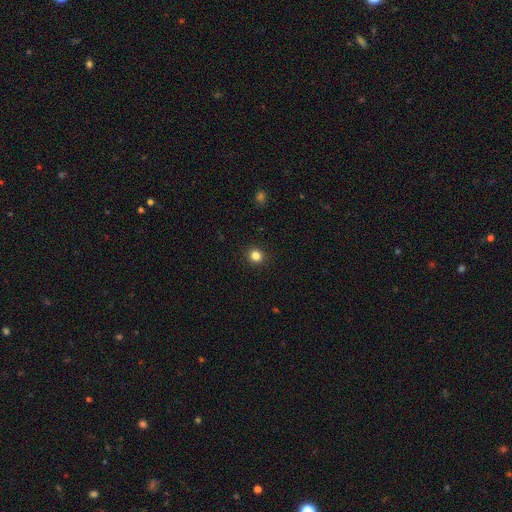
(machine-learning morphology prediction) smooth_or_featured: smooth (p=0.83) [alt: star or artifact p=0.13]
how_rounded: round (p=0.91) [alt: in between p=0.08]
merging: none (p=0.92) [alt: minor disturbance p=0.05]